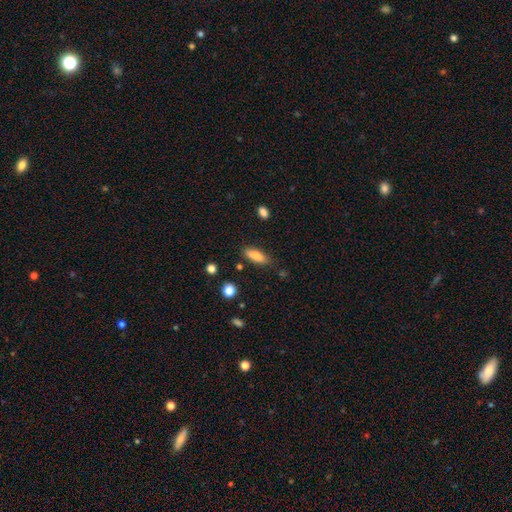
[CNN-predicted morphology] A smooth galaxy with no disk features (82%) that is in between round and cigar-shaped (65%).

Vote fractions:
- Smooth or featured? smooth: 82% / featured or disk: 11% / star or artifact: 7%
- How rounded? in between: 65% / cigar-shaped: 33% / round: 2%
- Merging? none: 79% / minor disturbance: 14% / major disturbance: 3% / merger: 3%